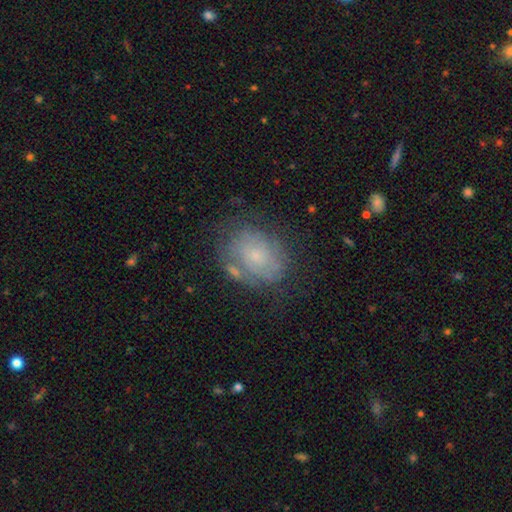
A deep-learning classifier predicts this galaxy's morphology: type=smooth (45%); merging=none (62%).